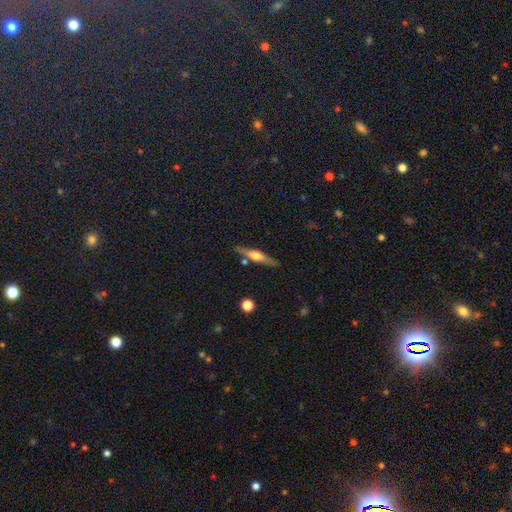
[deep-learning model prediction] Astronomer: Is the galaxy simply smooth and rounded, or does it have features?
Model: featured or disk — 64%.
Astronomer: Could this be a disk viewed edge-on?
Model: yes — 96%.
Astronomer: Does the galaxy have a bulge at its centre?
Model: rounded — 88%.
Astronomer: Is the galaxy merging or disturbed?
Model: none — 84%.